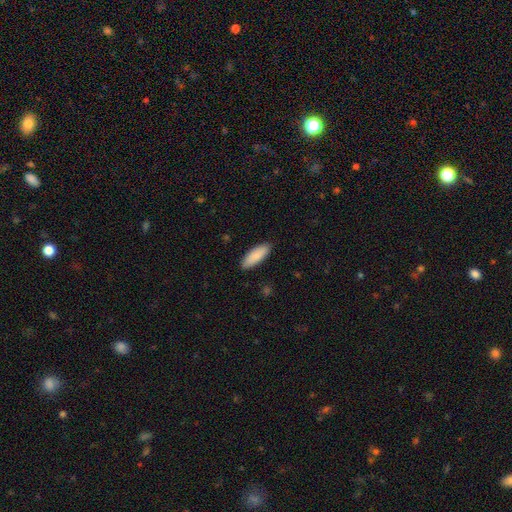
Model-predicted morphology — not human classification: A smooth galaxy with no disk features (89%) that is in between round and cigar-shaped (72%). Merging: none (89%).